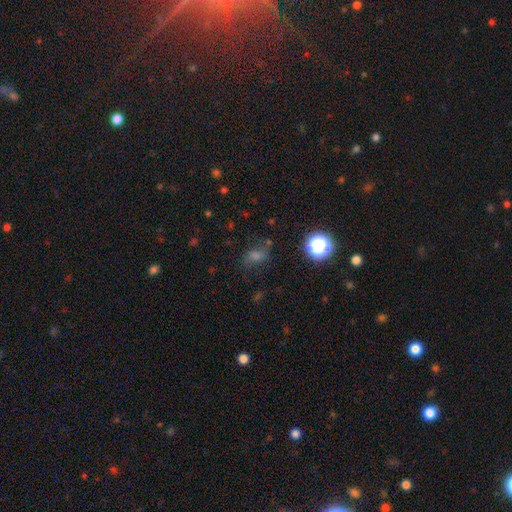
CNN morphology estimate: Overall: smooth (50%; star or artifact 30%). How rounded: in between (58%; round 39%). Merging: none (69%).